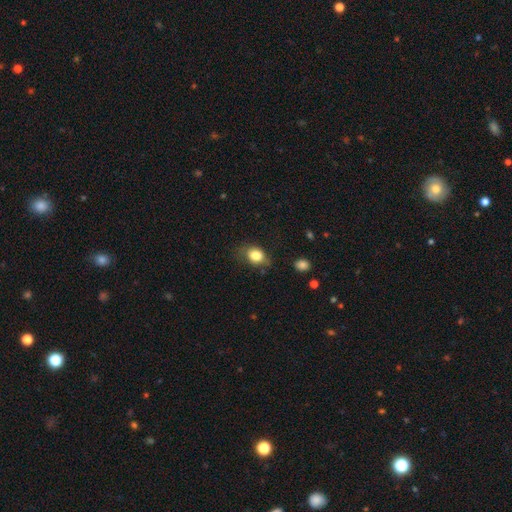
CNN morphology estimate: Q: Smooth or featured?
A: smooth (81%); runner-up: featured or disk (10%)
Q: How rounded?
A: in between (59%); runner-up: round (40%)
Q: Merging?
A: none (61%); runner-up: minor disturbance (28%)